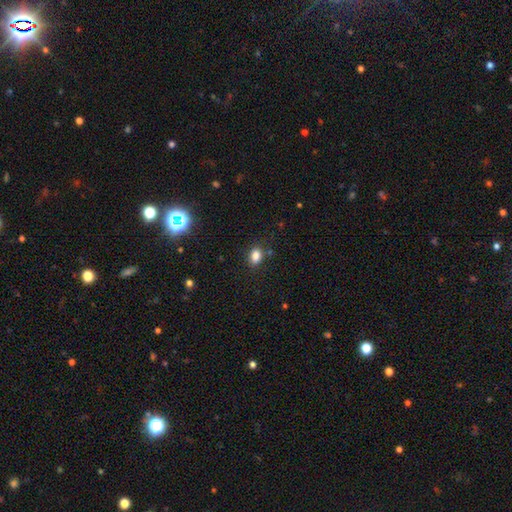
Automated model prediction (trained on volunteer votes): Overall: smooth (83%). How rounded: in between (72%). Merging: none (82%).